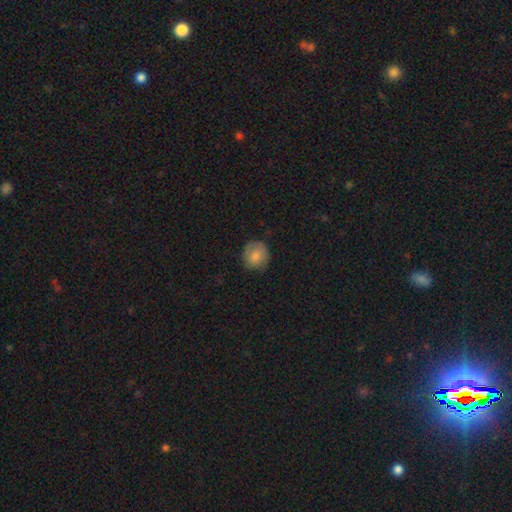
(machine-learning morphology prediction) Q: Smooth or featured?
A: smooth (79%); runner-up: featured or disk (14%)
Q: How rounded?
A: round (87%); runner-up: in between (12%)
Q: Merging?
A: none (78%); runner-up: minor disturbance (17%)